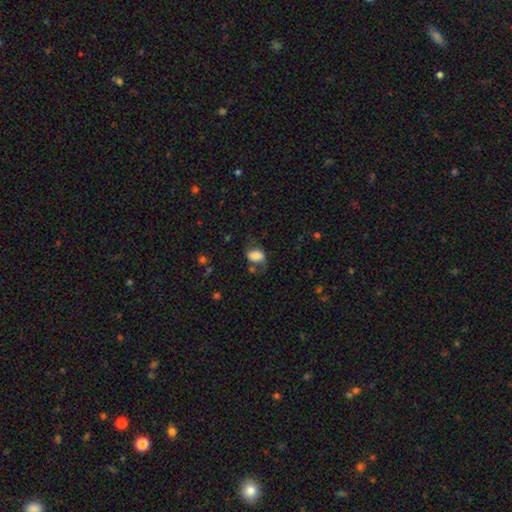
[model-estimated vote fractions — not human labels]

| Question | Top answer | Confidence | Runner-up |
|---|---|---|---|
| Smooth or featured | smooth | 63% | featured or disk (28%) |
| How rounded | in between | 80% | round (18%) |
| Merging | none | 47% | minor disturbance (27%) |